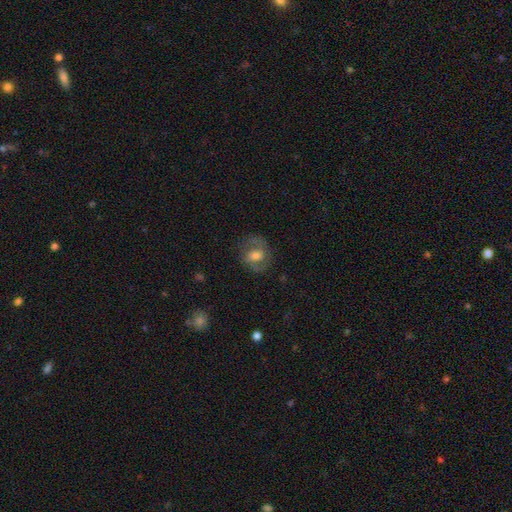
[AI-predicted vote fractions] The model was most divided on "bar": no: 44%, weak: 41%, strong: 15%. More confident: edge-on disk — no (96%); spiral arms — yes (77%); merging — none (68%); bulge size — moderate (58%); smooth or featured — featured or disk (54%).